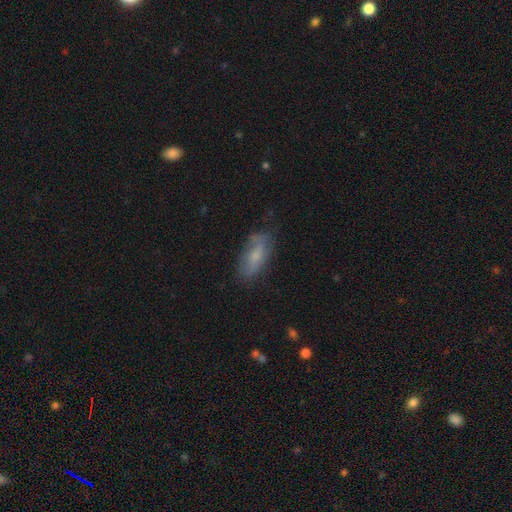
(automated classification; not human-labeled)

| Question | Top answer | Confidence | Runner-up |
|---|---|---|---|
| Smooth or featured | smooth | 61% | featured or disk (31%) |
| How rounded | in between | 79% | cigar-shaped (18%) |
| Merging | none | 65% | minor disturbance (25%) |